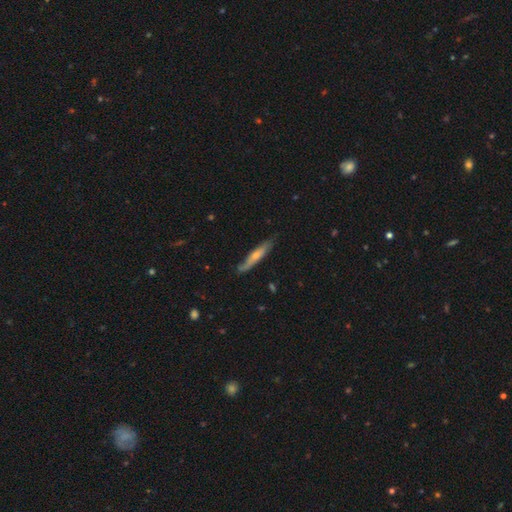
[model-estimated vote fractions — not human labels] Overall: smooth (49%; featured or disk 46%). Merging: none (73%).